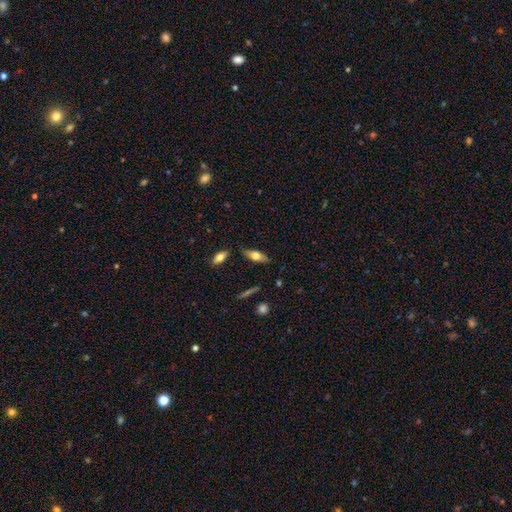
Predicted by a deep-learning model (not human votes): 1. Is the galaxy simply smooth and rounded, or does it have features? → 54% smooth, 39% featured or disk, 7% star or artifact.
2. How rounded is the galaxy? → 66% in between, 31% cigar-shaped, 3% round.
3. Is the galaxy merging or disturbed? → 78% none, 15% minor disturbance, 3% major disturbance, 3% merger.